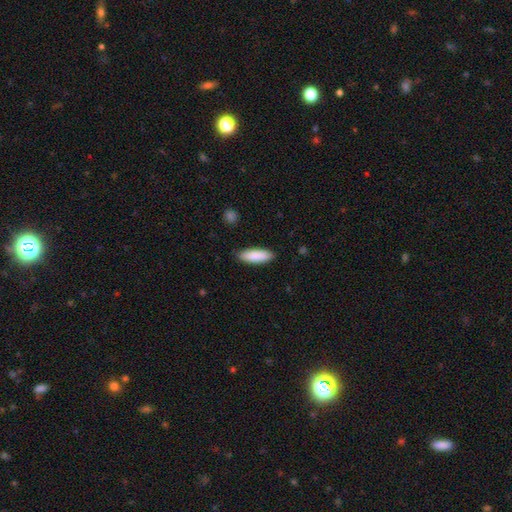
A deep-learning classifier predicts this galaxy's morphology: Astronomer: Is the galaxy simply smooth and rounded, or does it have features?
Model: smooth — 88%.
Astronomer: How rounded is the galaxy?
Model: in between — 57% (runner-up: cigar-shaped, 42%).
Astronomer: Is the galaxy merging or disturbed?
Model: none — 88%.